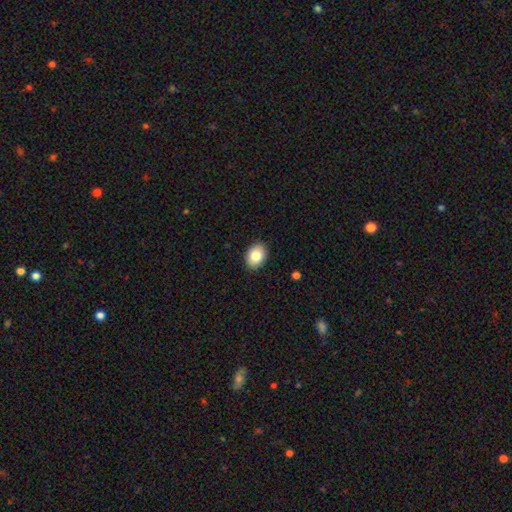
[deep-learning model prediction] Morphology: type=smooth (84%); roundness=in between (75%); merging=none (90%).